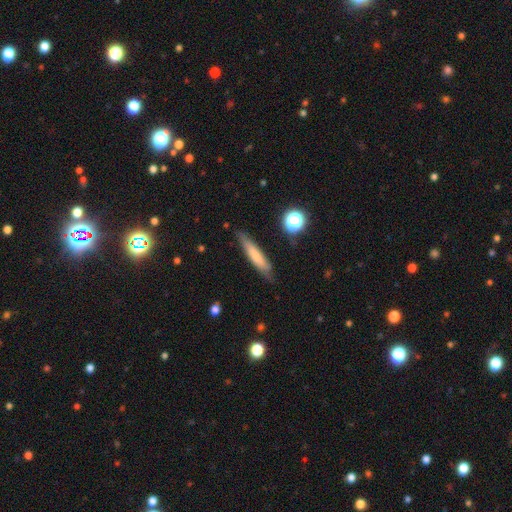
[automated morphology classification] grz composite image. It shows a smooth galaxy with no disk features (66%) that is cigar-shaped (85%). Merging: none (77%).